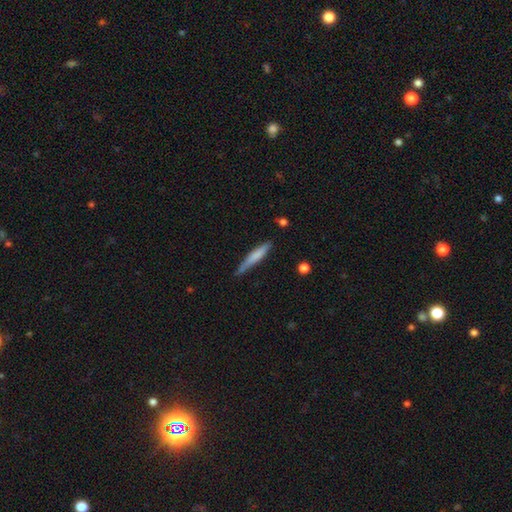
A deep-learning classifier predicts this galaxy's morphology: This appears to be a smooth galaxy with no disk features (65%) that is cigar-shaped (92%). Merging: none (73%).